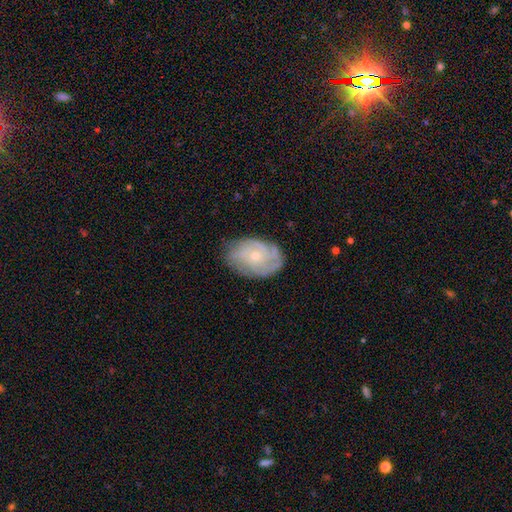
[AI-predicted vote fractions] Smooth or featured? Predicted: featured or disk (p=0.75). Edge-on disk? Predicted: no (p=0.97). Bar? Predicted: no (p=0.77). Spiral arms? Predicted: yes (p=0.92). Spiral winding? Predicted: tight (p=0.62). Spiral arm count? Predicted: can't tell (p=0.38). Bulge size? Predicted: small (p=0.67). Merging? Predicted: none (p=0.74).